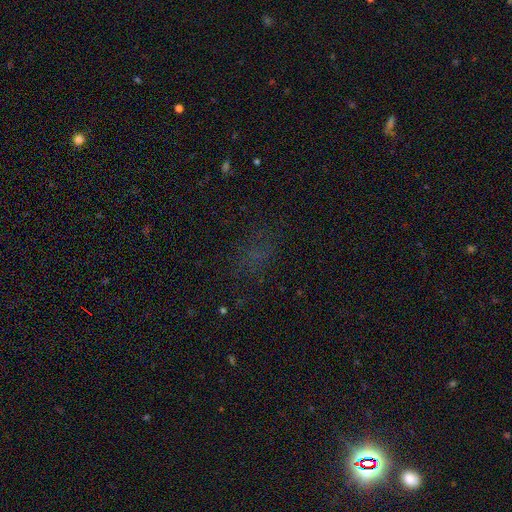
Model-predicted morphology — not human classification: Smooth or featured? star or artifact (44%)